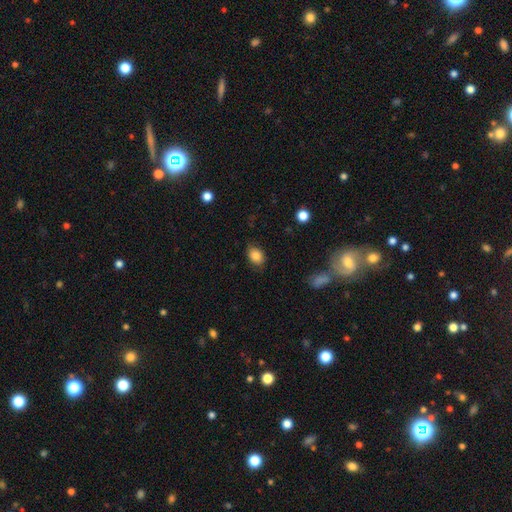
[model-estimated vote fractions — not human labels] smooth_or_featured: smooth (p=0.84) [alt: star or artifact p=0.09]
how_rounded: in between (p=0.72) [alt: round p=0.27]
merging: none (p=0.80) [alt: minor disturbance p=0.15]